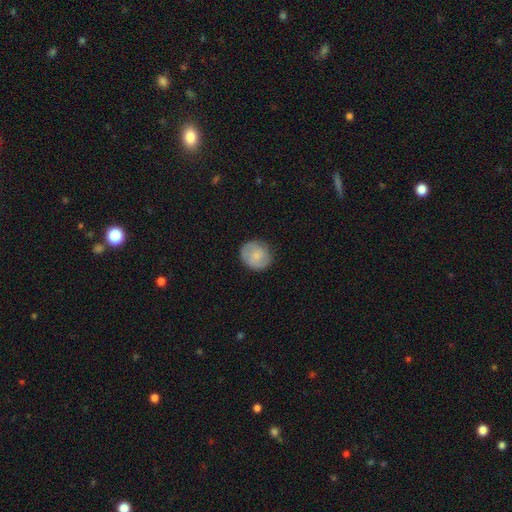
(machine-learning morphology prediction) Smooth or featured? Predicted: smooth (p=0.71). How rounded? Predicted: round (p=0.81). Merging? Predicted: none (p=0.83).